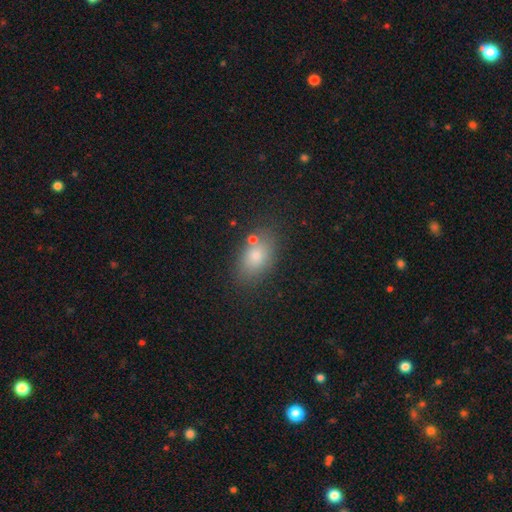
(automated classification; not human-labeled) Smooth or featured? smooth (77%)
How rounded? in between (83%)
Merging? none (74%)